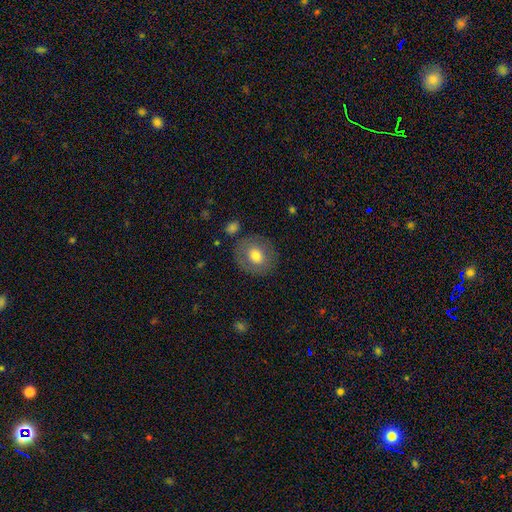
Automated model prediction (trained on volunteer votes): This appears to be a smooth galaxy with no disk features (67%) that is round (77%). Merging: none (82%).